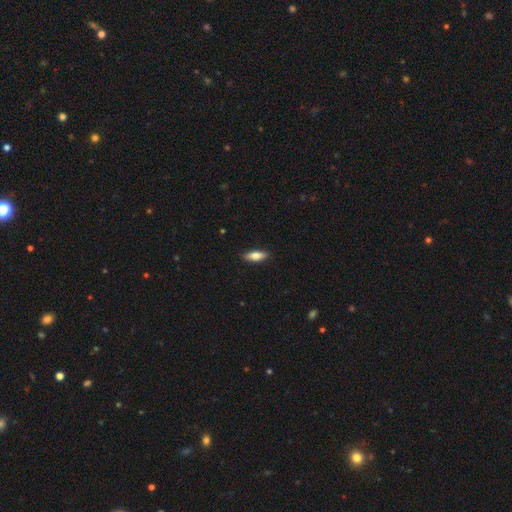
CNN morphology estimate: smooth 74%, featured or disk 20%, star or artifact 6%. Down the decision tree: how rounded — in between (62%); merging — none (89%).